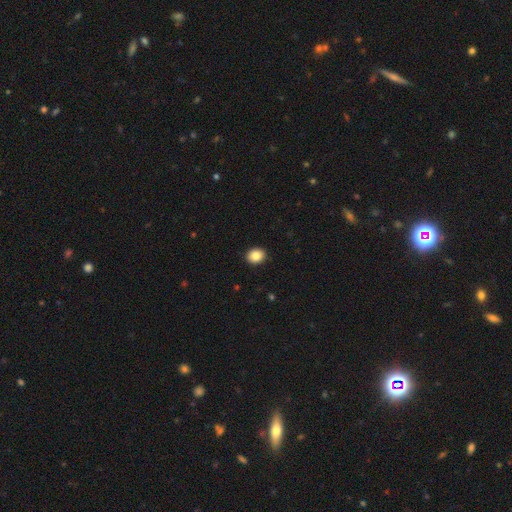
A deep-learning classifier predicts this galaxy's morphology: A smooth galaxy with no disk features (86%) that is round (59%). Merging: none (92%).